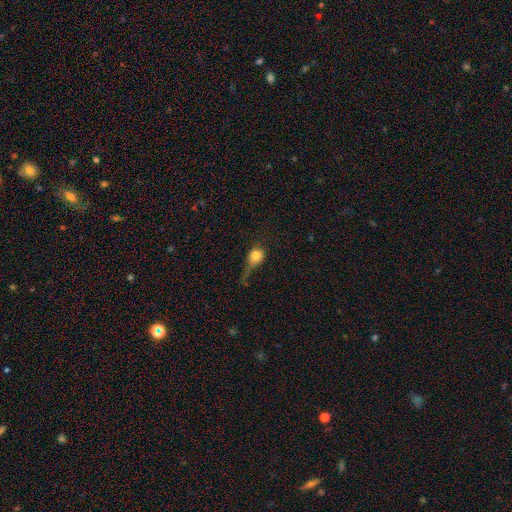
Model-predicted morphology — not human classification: Q: Smooth or featured?
A: smooth (74%); runner-up: featured or disk (16%)
Q: How rounded?
A: round (59%); runner-up: in between (37%)
Q: Merging?
A: major disturbance (43%); runner-up: minor disturbance (25%)